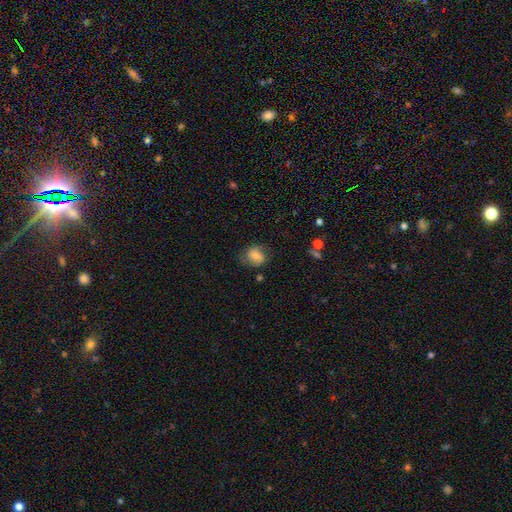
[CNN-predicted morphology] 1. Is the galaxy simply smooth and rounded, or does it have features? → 57% smooth, 34% featured or disk, 9% star or artifact.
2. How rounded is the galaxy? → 62% round, 37% in between, 1% cigar-shaped.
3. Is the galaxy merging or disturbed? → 66% none, 23% minor disturbance, 10% major disturbance, 2% merger.